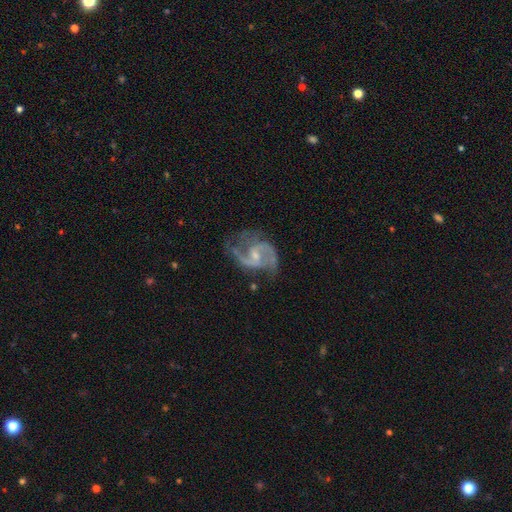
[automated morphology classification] A featured or disk galaxy (90%) with a weak bar (54%), 2 (89%) medium (56%) spiral arms (97%) and a small central bulge (58%).

Vote fractions:
- Smooth or featured? featured or disk: 90% / star or artifact: 5% / smooth: 5%
- Edge-on disk? no: 98% / yes: 2%
- Bar? weak: 54% / no: 32% / strong: 14%
- Spiral arms? yes: 97% / no: 3%
- Spiral winding? medium: 56% / loose: 33% / tight: 12%
- Spiral arm count? 2: 89% / 3: 4% / can't tell: 3% / 1: 2% / 4: 1% / more than 4: 1%
- Bulge size? small: 58% / moderate: 33% / none: 7% / large: 1% / dominant: 1%
- Merging? none: 63% / minor disturbance: 21% / major disturbance: 13% / merger: 2%